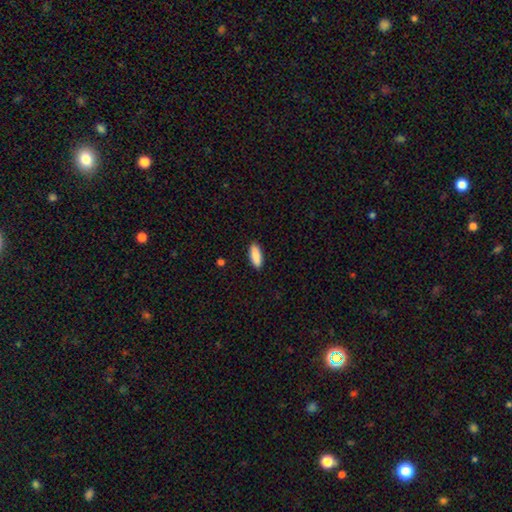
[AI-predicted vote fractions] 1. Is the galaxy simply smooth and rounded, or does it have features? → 90% smooth, 6% star or artifact, 5% featured or disk.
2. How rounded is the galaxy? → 68% in between, 31% cigar-shaped, 2% round.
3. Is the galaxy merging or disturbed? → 89% none, 8% minor disturbance, 2% major disturbance, 1% merger.